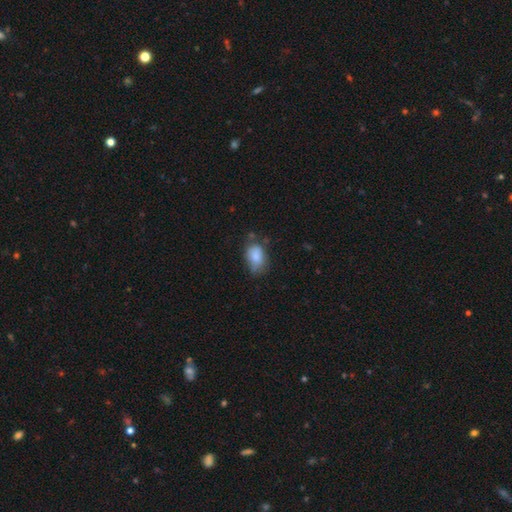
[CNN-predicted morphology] Q: Smooth or featured?
A: smooth (82%); runner-up: featured or disk (10%)
Q: How rounded?
A: in between (83%); runner-up: round (15%)
Q: Merging?
A: none (49%); runner-up: minor disturbance (35%)